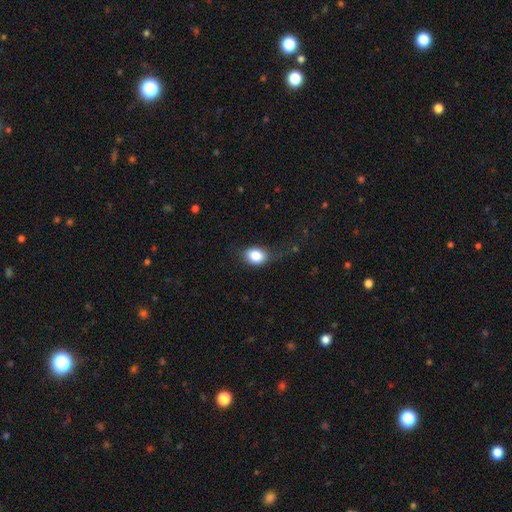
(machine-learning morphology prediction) This appears to be a smooth galaxy with no disk features (81%) that is in between round and cigar-shaped (60%). Merging: none (60%).